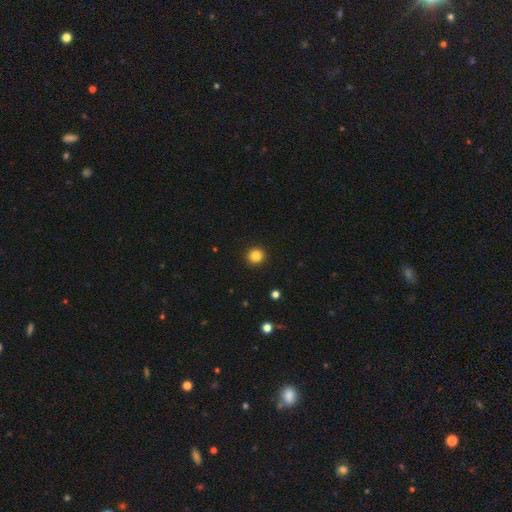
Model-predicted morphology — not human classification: Smooth or featured: smooth — 84% (star or artifact — 11%)
How rounded: round — 92% (in between — 7%)
Merging: none — 93% (minor disturbance — 5%)